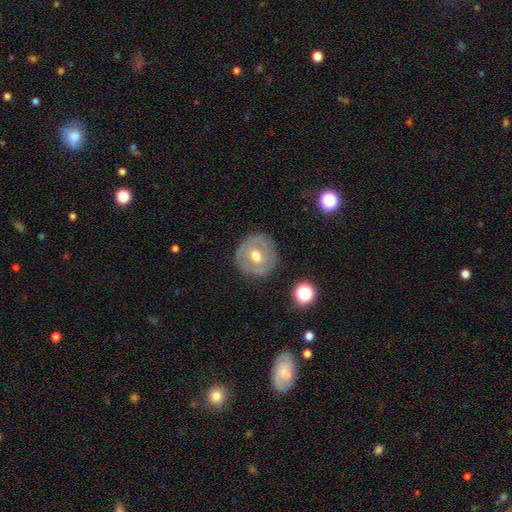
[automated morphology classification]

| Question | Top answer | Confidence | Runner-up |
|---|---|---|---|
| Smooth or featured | featured or disk | 54% | smooth (39%) |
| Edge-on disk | no | 96% | yes (4%) |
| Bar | no | 60% | weak (31%) |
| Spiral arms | no | 60% | yes (40%) |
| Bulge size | moderate | 79% | small (10%) |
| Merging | none | 84% | minor disturbance (11%) |